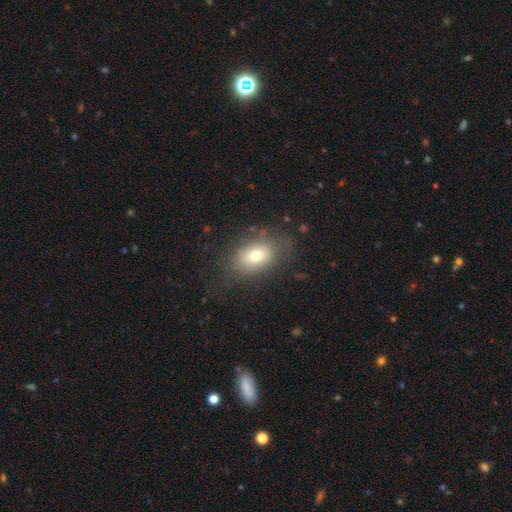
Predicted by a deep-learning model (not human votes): smooth_or_featured: smooth (p=0.70) [alt: featured or disk p=0.20]
how_rounded: in between (p=0.82) [alt: round p=0.17]
merging: none (p=0.70) [alt: minor disturbance p=0.20]